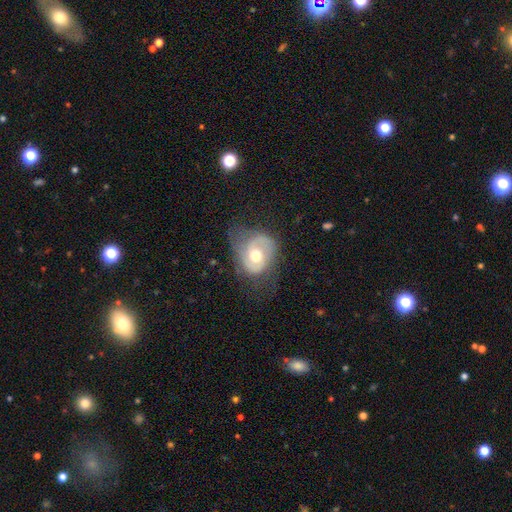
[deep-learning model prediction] Morphology: type=featured or disk (59%); edge-on=no (96%); bar=no (71%); spiral arms=yes (76%); bulge=moderate (75%); merging=none (44%).